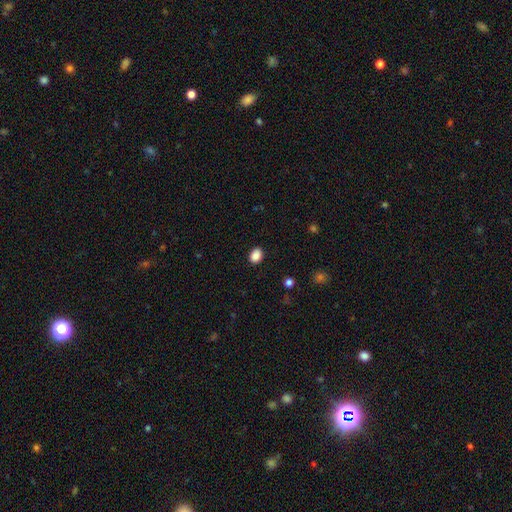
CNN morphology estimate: Smooth or featured: smooth — 88% (star or artifact — 9%)
How rounded: in between — 57% (round — 42%)
Merging: none — 88% (minor disturbance — 9%)